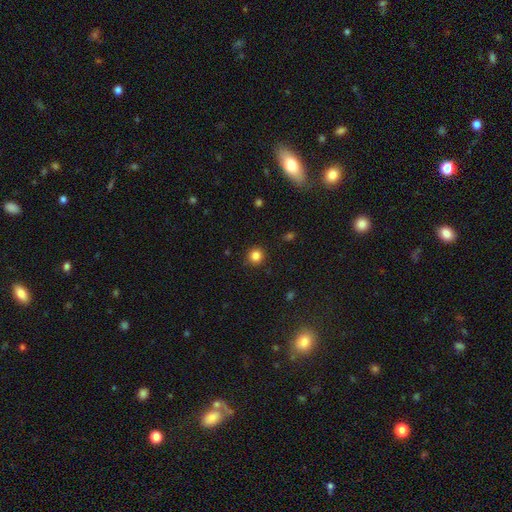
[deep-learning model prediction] This appears to be a smooth galaxy with no disk features (84%) that is round (93%). Merging: none (91%).